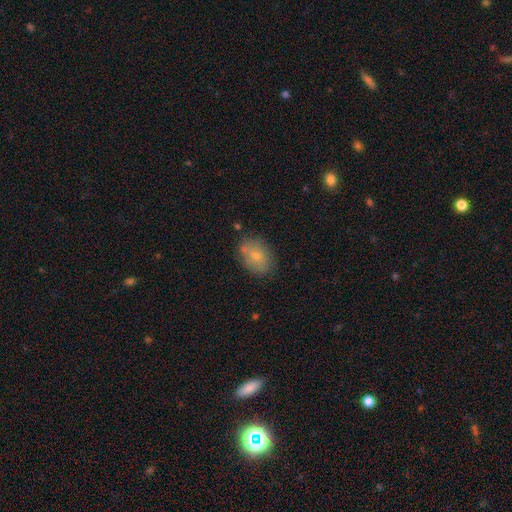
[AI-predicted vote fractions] Smooth or featured? Predicted: smooth (p=0.71). How rounded? Predicted: in between (p=0.76). Merging? Predicted: none (p=0.72).